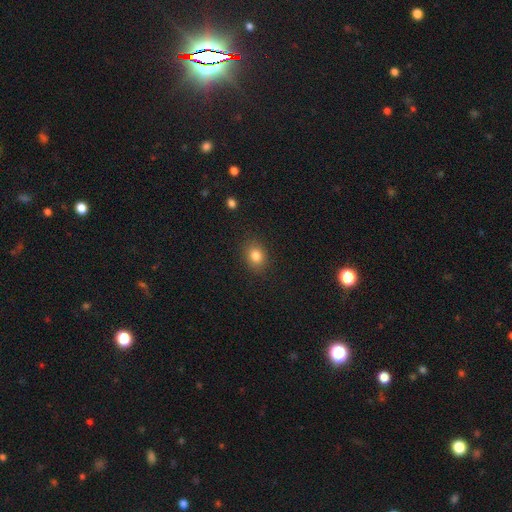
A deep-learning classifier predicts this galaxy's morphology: smooth_or_featured: smooth (p=0.82) [alt: star or artifact p=0.11]
how_rounded: in between (p=0.50) [alt: round p=0.49]
merging: none (p=0.86) [alt: minor disturbance p=0.10]